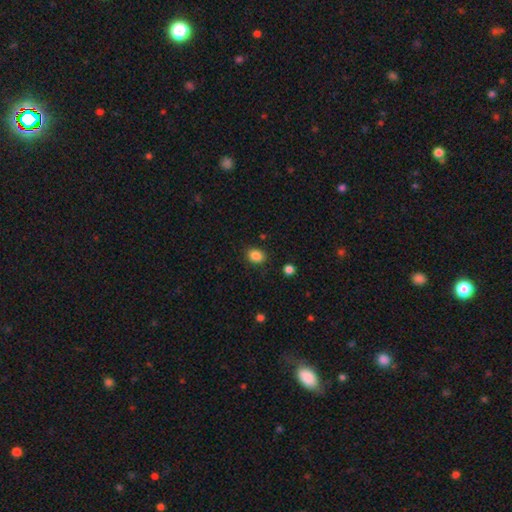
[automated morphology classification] Overall: smooth (86%). How rounded: round (54%; in between 46%). Merging: none (85%).